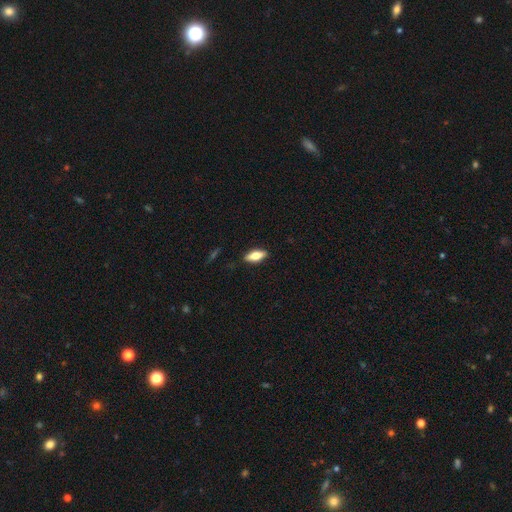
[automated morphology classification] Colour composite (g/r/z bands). It shows a smooth galaxy with no disk features (63%) that is in between round and cigar-shaped (74%). Merging: none (89%).